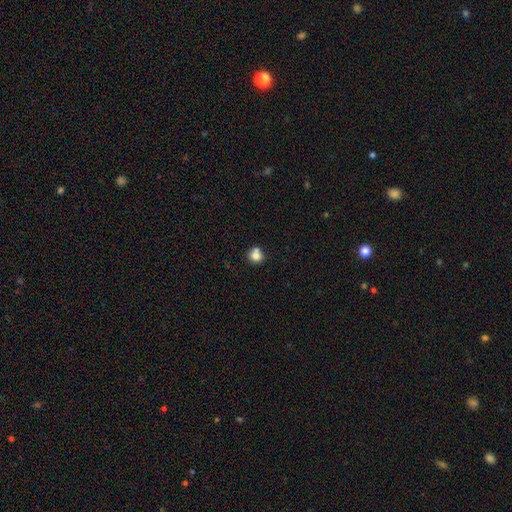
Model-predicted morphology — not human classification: smooth 79%, star or artifact 11%, featured or disk 10%. Down the decision tree: how rounded — round (87%); merging — none (59%).